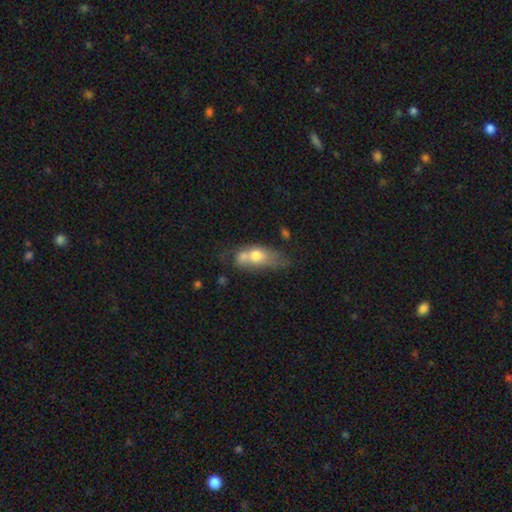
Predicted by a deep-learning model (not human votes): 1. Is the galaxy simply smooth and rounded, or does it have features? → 62% smooth, 29% featured or disk, 8% star or artifact.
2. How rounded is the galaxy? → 75% in between, 13% cigar-shaped, 12% round.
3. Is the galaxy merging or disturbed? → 47% merger, 24% none, 17% minor disturbance, 12% major disturbance.